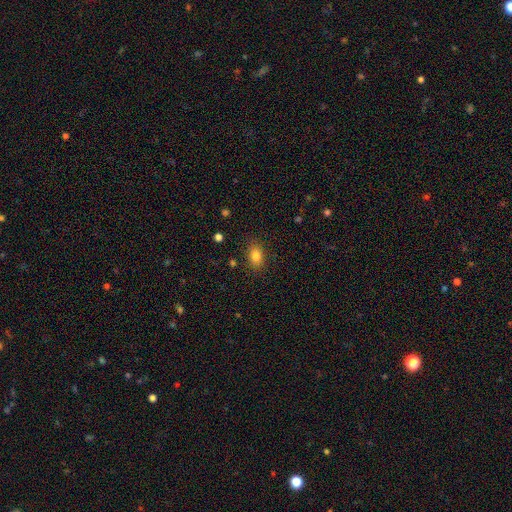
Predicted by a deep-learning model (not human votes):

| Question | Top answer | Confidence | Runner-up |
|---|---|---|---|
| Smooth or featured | smooth | 83% | star or artifact (10%) |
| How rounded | in between | 84% | round (14%) |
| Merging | none | 86% | minor disturbance (10%) |